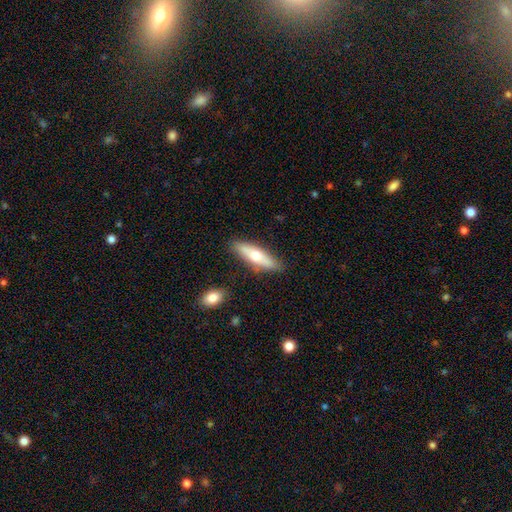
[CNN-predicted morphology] A smooth galaxy with no disk features (58%) that is cigar-shaped (62%). Merging: none (83%).